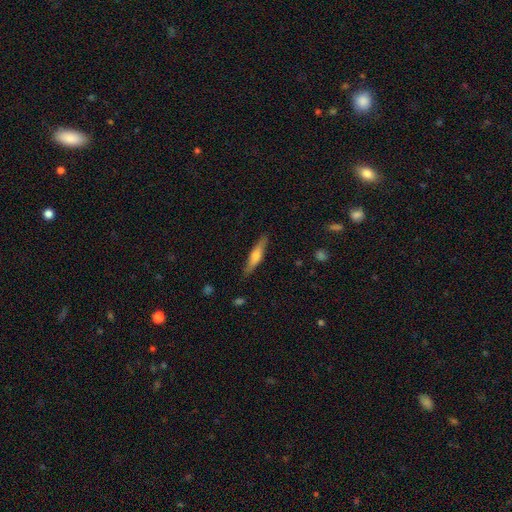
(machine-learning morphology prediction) smooth 50%, featured or disk 44%, star or artifact 6%. Down the decision tree: merging — none (87%).